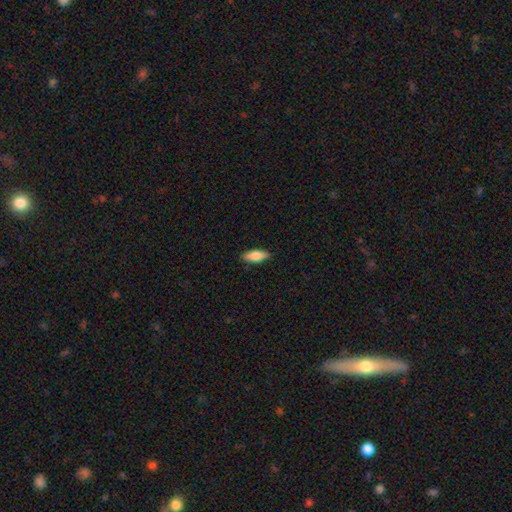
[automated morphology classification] smooth_or_featured: smooth (p=0.77) [alt: featured or disk p=0.17]
how_rounded: in between (p=0.68) [alt: cigar-shaped p=0.30]
merging: none (p=0.88) [alt: minor disturbance p=0.09]